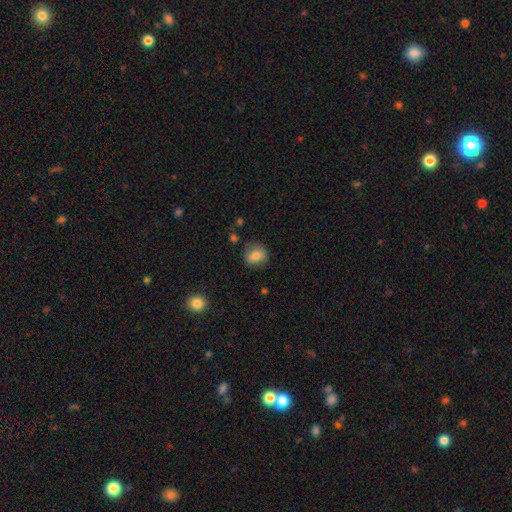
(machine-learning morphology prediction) This appears to be a smooth galaxy with no disk features (79%) that is round (59%). Merging: none (73%).